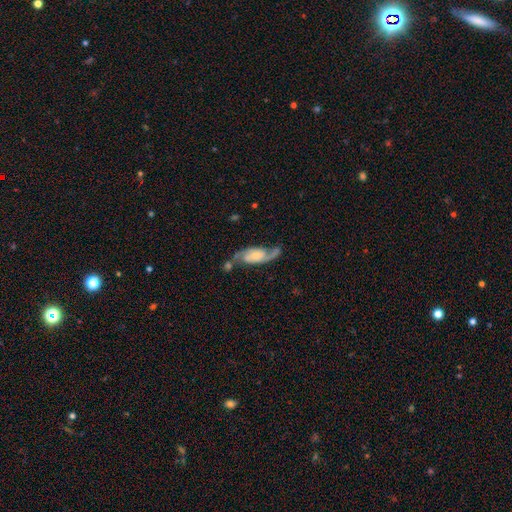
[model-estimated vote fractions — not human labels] This is clearly a featured or disk galaxy (83%). It is clearly not viewed edge-on (93%). Bar: possibly no (60%). Spiral arm pattern: clearly yes (96%). Spiral arm count: clearly 2 (91%). Spiral winding: marginally medium (43%). Central bulge: possibly small (50%). Merging: likely none (61%).